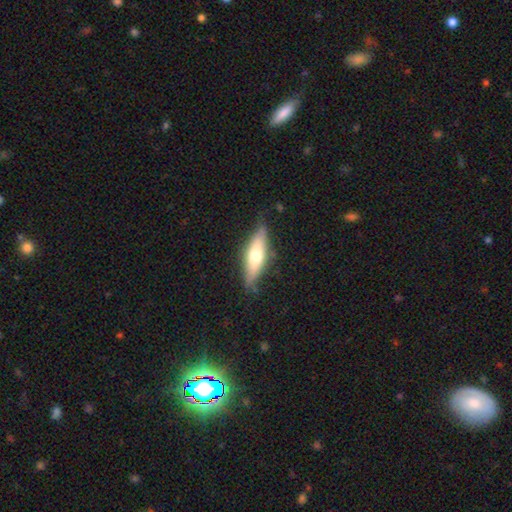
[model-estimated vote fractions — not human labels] A smooth galaxy with no disk features (50%) that is cigar-shaped (53%). Merging: none (77%).